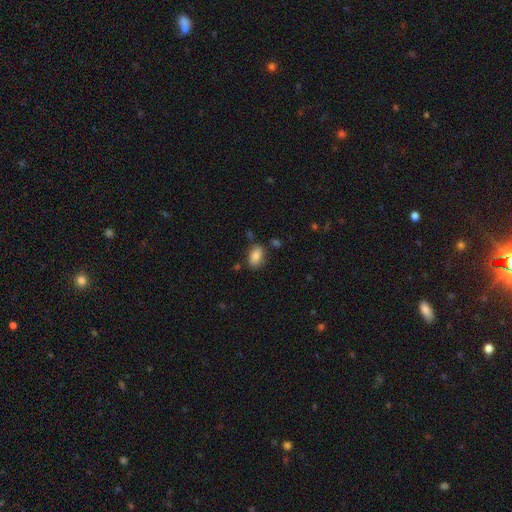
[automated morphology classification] A smooth galaxy with no disk features (84%) that is in between round and cigar-shaped (89%).

Vote fractions:
- Smooth or featured? smooth: 84% / star or artifact: 8% / featured or disk: 8%
- How rounded? in between: 89% / round: 10% / cigar-shaped: 2%
- Merging? none: 77% / minor disturbance: 15% / merger: 5% / major disturbance: 4%